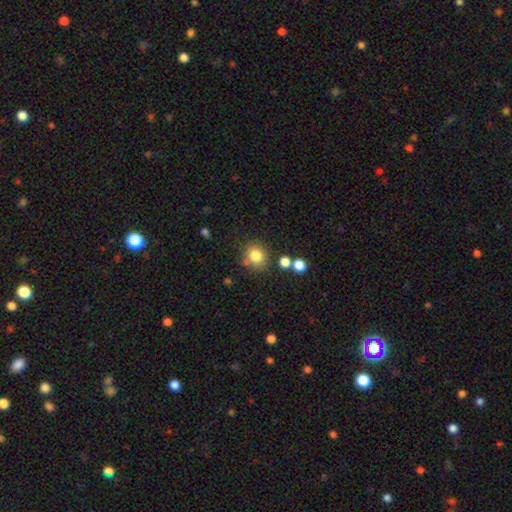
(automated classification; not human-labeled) Q: Smooth or featured?
A: smooth (81%); runner-up: star or artifact (12%)
Q: How rounded?
A: round (82%); runner-up: in between (17%)
Q: Merging?
A: none (76%); runner-up: minor disturbance (11%)